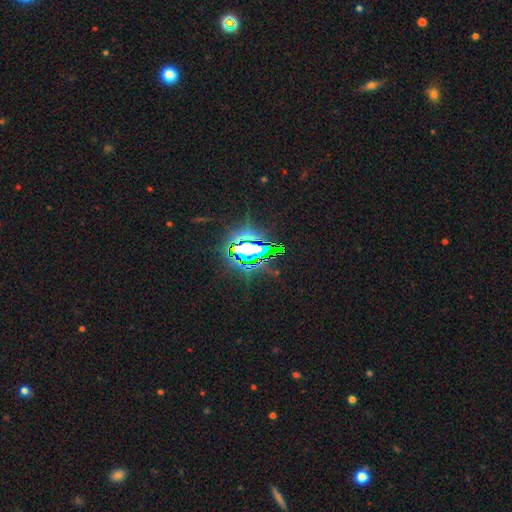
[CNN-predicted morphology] This is likely a star or artifact rather than a galaxy (79%).